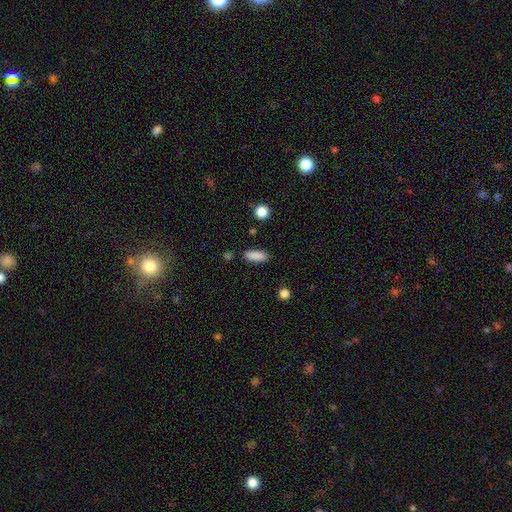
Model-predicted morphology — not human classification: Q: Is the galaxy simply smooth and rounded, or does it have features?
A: smooth — 88%.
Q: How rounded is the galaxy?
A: in between — 67%.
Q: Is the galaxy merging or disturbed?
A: none — 87%.